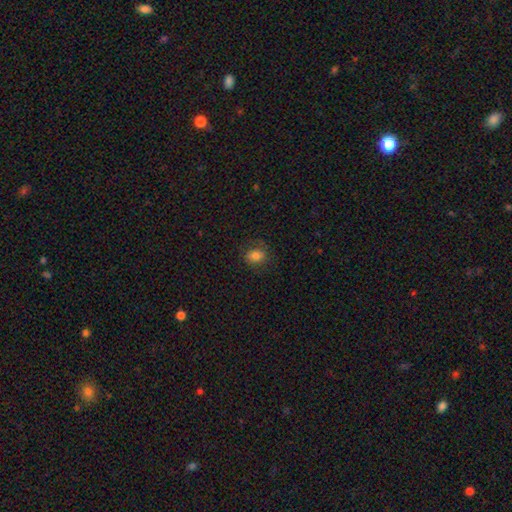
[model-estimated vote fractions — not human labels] smooth_or_featured: smooth (p=0.79) [alt: star or artifact p=0.11]
how_rounded: in between (p=0.51) [alt: round p=0.48]
merging: none (p=0.74) [alt: minor disturbance p=0.17]